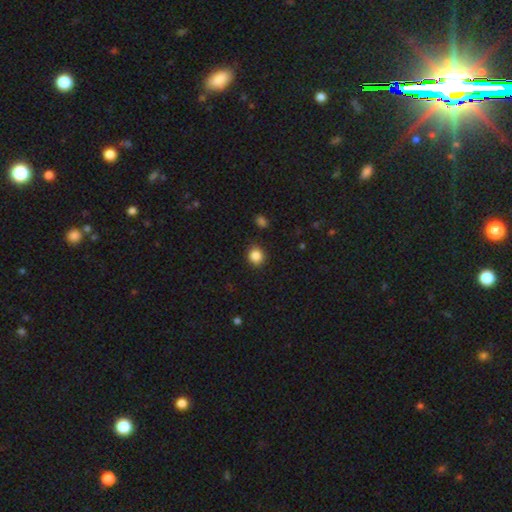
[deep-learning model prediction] Q: Smooth or featured?
A: smooth (86%); runner-up: star or artifact (11%)
Q: How rounded?
A: round (84%); runner-up: in between (15%)
Q: Merging?
A: none (90%); runner-up: minor disturbance (6%)